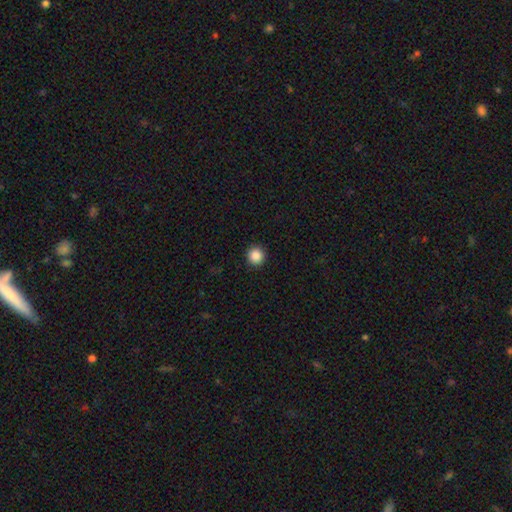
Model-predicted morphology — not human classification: Smooth or featured? smooth (88%)
How rounded? round (95%)
Merging? none (93%)